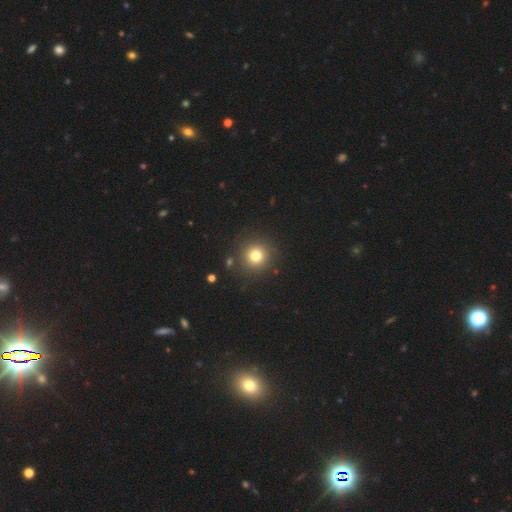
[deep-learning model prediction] This appears to be a smooth galaxy with no disk features (78%) that is round (94%). Merging: none (88%).